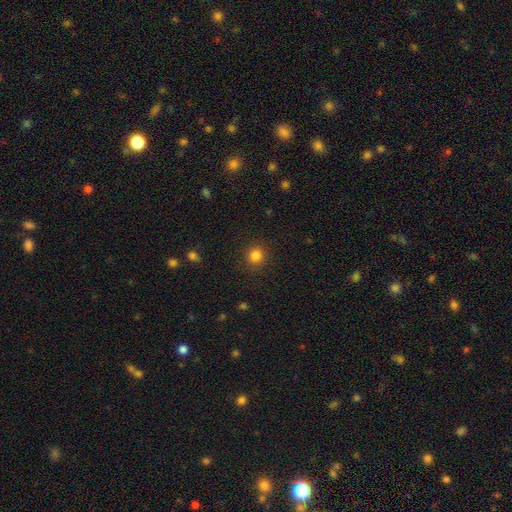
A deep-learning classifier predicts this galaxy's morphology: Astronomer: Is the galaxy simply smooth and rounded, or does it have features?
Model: smooth — 84%.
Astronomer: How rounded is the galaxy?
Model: round — 91%.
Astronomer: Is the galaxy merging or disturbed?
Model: none — 90%.